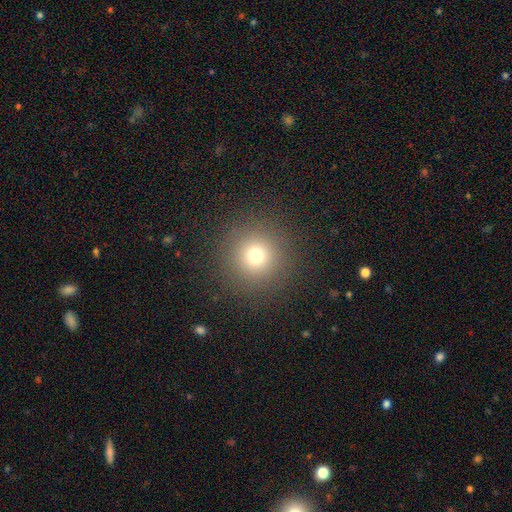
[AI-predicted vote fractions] smooth_or_featured: smooth (p=0.73) [alt: star or artifact p=0.18]
how_rounded: round (p=0.96) [alt: in between p=0.03]
merging: none (p=0.90) [alt: minor disturbance p=0.05]